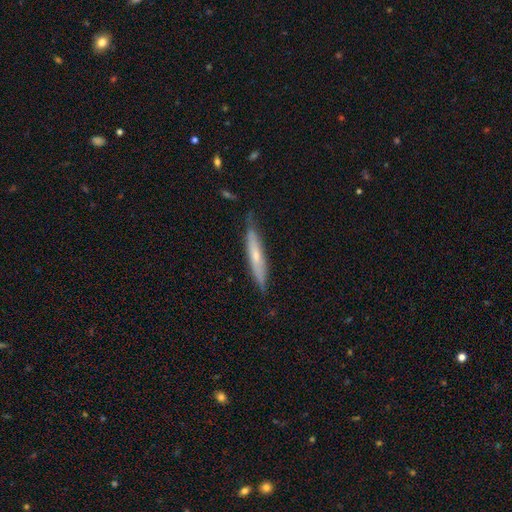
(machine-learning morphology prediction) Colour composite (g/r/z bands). It shows a smooth galaxy with no disk features (48%). Merging: none (76%).